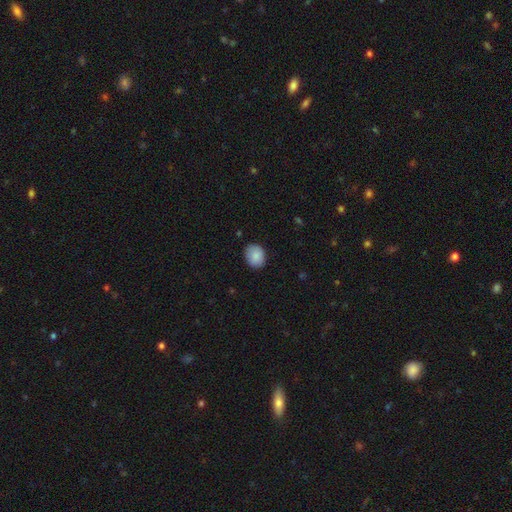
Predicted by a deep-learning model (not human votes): Q: Smooth or featured?
A: smooth (87%); runner-up: star or artifact (7%)
Q: How rounded?
A: in between (50%); runner-up: round (49%)
Q: Merging?
A: none (84%); runner-up: minor disturbance (12%)